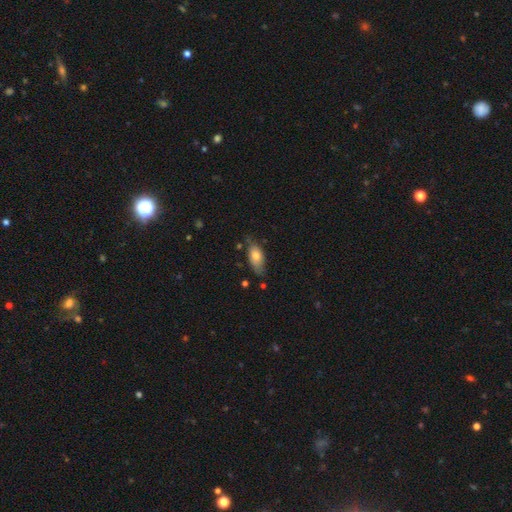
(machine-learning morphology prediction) Smooth or featured: smooth — 72% (featured or disk — 21%)
How rounded: in between — 84% (cigar-shaped — 13%)
Merging: none — 63% (minor disturbance — 28%)